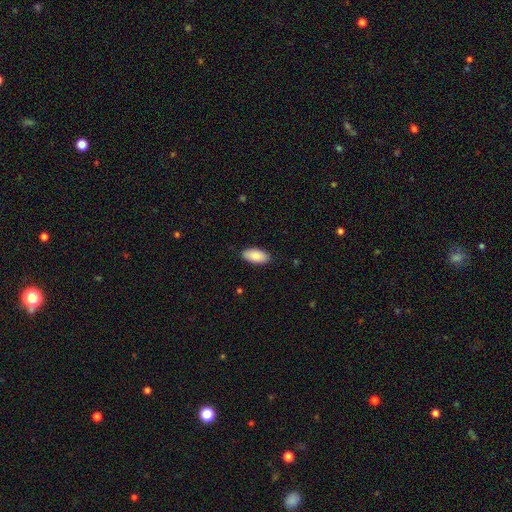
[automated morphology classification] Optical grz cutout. It shows a smooth galaxy with no disk features (88%) that is in between round and cigar-shaped (94%). Merging: none (88%).